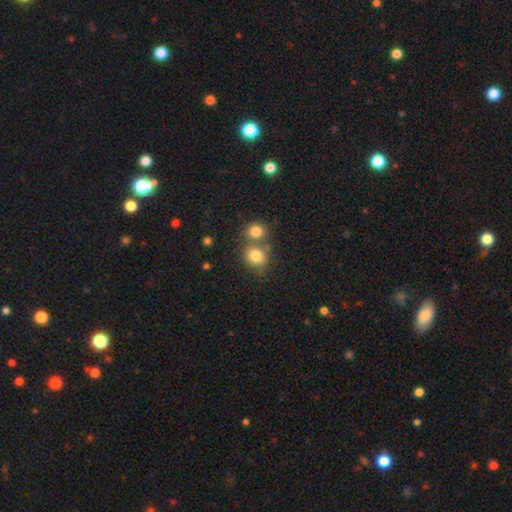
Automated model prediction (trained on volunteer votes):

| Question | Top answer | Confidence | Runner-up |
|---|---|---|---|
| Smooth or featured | smooth | 81% | star or artifact (10%) |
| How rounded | round | 70% | in between (29%) |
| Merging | none | 45% | merger (41%) |